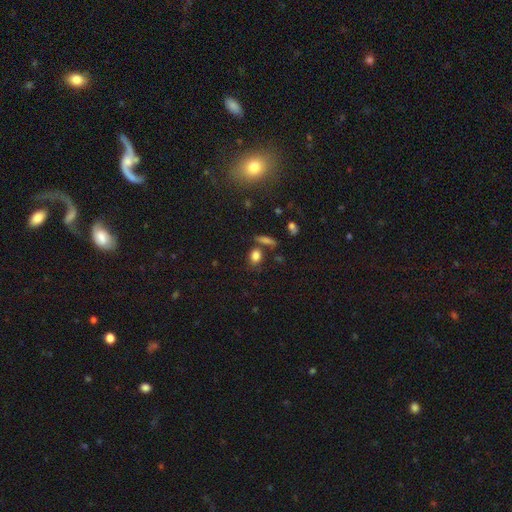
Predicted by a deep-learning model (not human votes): A smooth galaxy with no disk features (81%) that is in between round and cigar-shaped (52%). Merging: none (66%).